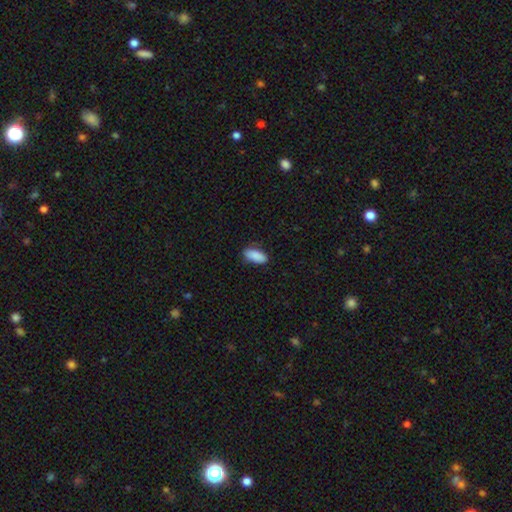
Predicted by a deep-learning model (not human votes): Smooth or featured? smooth (90%)
How rounded? in between (87%)
Merging? none (82%)